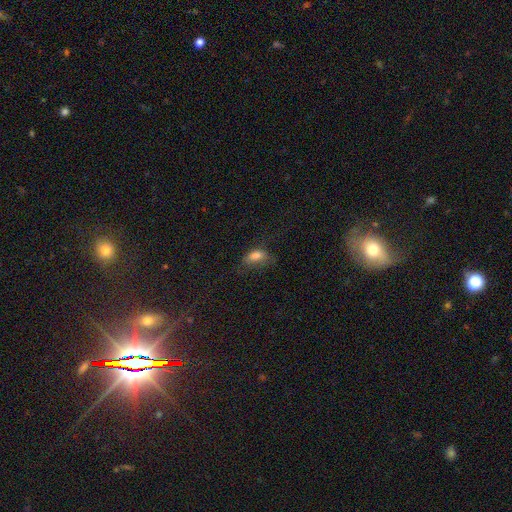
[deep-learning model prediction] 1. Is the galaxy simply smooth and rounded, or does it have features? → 75% smooth, 13% star or artifact, 13% featured or disk.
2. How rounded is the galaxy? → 86% in between, 7% round, 7% cigar-shaped.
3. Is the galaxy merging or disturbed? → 47% none, 26% minor disturbance, 25% major disturbance, 2% merger.